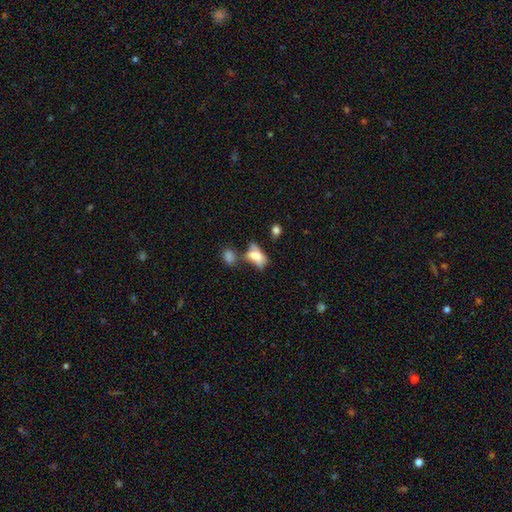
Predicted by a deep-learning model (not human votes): Smooth or featured: smooth — 62% (featured or disk — 27%)
How rounded: in between — 84% (cigar-shaped — 8%)
Merging: none — 32% (merger — 26%)